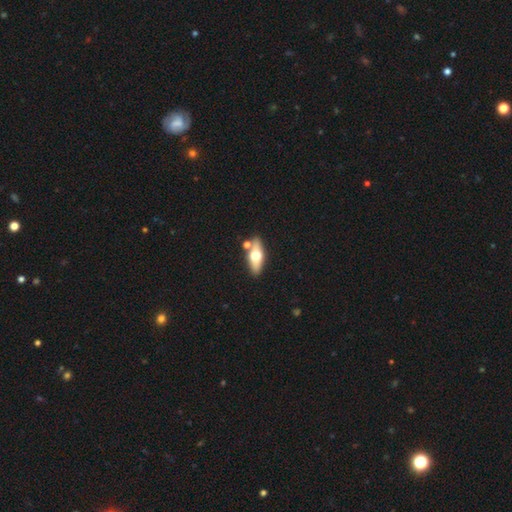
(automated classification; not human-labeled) This appears to be a smooth galaxy with no disk features (48%). Merging: none (76%).